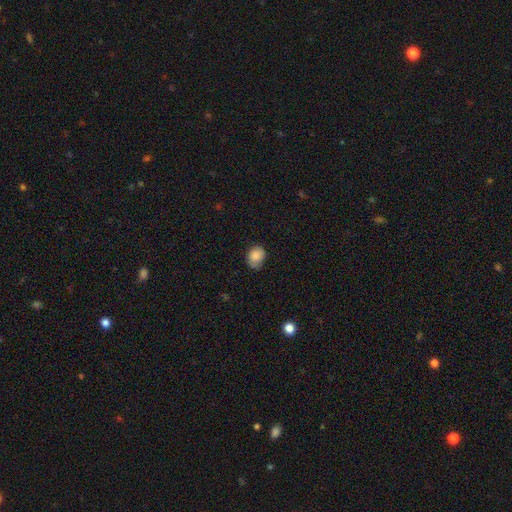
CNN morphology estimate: smooth-or-featured: smooth: 83% | featured or disk: 9% | star or artifact: 8%
  how-rounded: round: 53% | in between: 46% | cigar-shaped: 1%
  merging: none: 62% | minor disturbance: 29% | major disturbance: 7% | merger: 1%